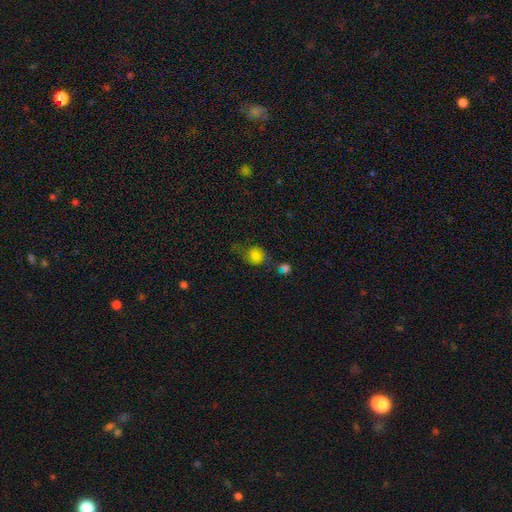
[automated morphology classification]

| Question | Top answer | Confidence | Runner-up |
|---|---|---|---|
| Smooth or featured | smooth | 73% | star or artifact (14%) |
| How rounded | round | 70% | in between (28%) |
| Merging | none | 49% | minor disturbance (25%) |